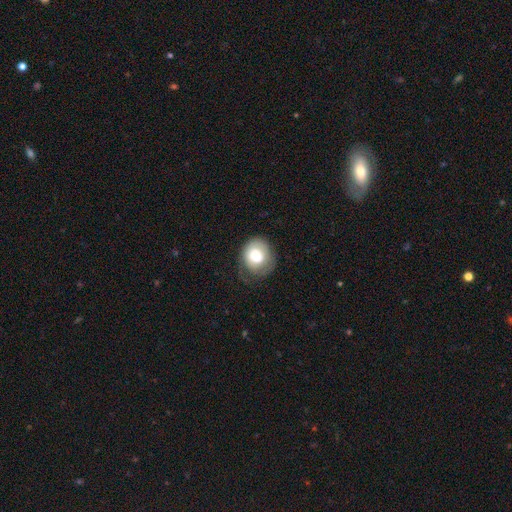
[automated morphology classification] The model was most divided on "merging": none: 50%, minor disturbance: 31%, major disturbance: 18%, merger: 1%. More confident: smooth or featured — smooth (71%); how rounded — round (68%).